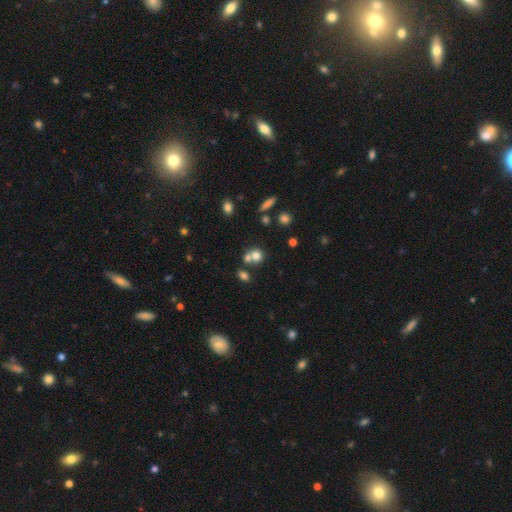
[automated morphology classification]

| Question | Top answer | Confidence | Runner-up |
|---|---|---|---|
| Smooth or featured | smooth | 71% | featured or disk (14%) |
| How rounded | round | 78% | in between (21%) |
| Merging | merger | 48% | none (41%) |